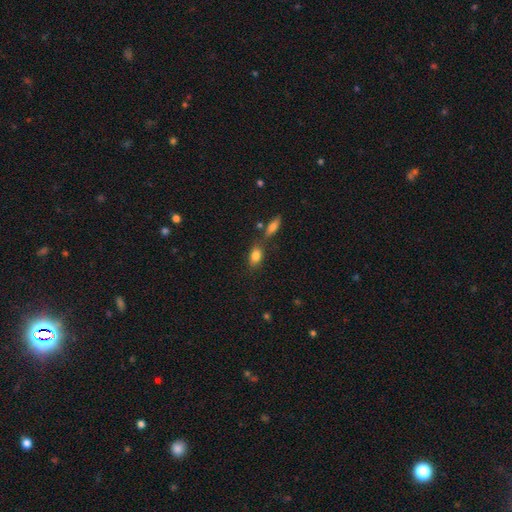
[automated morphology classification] This appears to be a smooth galaxy with no disk features (82%) that is in between round and cigar-shaped (82%). Merging: none (63%).